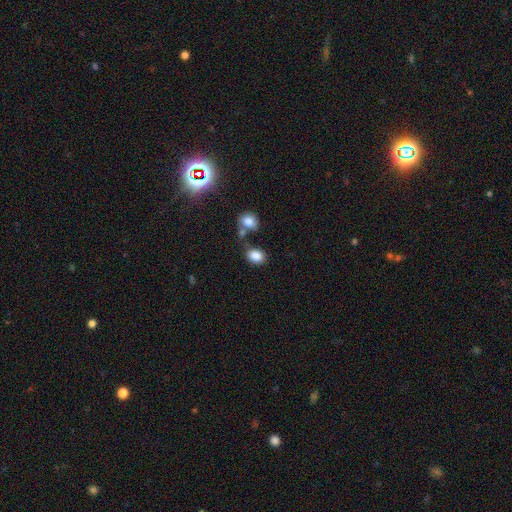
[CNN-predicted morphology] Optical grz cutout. It shows a smooth galaxy with no disk features (85%) that is in between round and cigar-shaped (69%). Merging: none (61%).